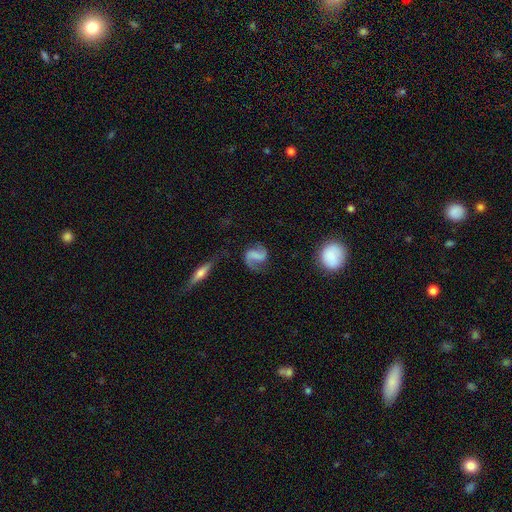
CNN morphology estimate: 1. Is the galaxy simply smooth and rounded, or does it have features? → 79% featured or disk, 14% smooth, 7% star or artifact.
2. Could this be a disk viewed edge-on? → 97% no, 3% yes.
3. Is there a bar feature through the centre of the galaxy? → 35% weak, 34% strong, 31% no.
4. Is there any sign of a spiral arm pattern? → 95% yes, 5% no.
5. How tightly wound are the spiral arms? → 48% loose, 40% medium, 12% tight.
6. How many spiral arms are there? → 89% 2, 6% 1, 2% can't tell, 1% 3, 1% 4, 1% more than 4.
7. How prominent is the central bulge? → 67% none, 15% small, 10% moderate, 6% large, 2% dominant.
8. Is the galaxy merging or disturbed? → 69% none, 17% minor disturbance, 10% major disturbance, 3% merger.